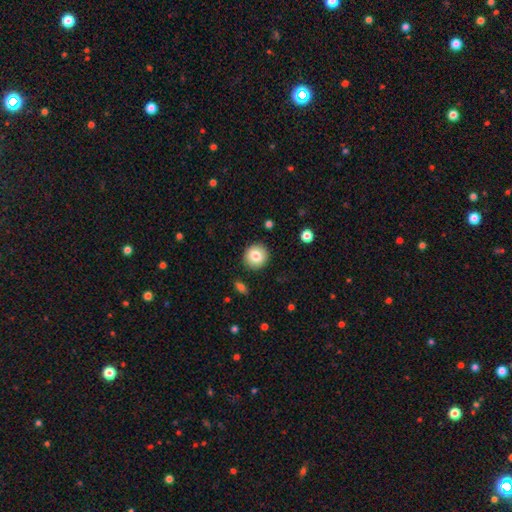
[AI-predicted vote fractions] smooth-or-featured: smooth: 82% | featured or disk: 10% | star or artifact: 8%
  how-rounded: round: 93% | in between: 6% | cigar-shaped: 1%
  merging: none: 90% | minor disturbance: 7% | major disturbance: 2% | merger: 2%